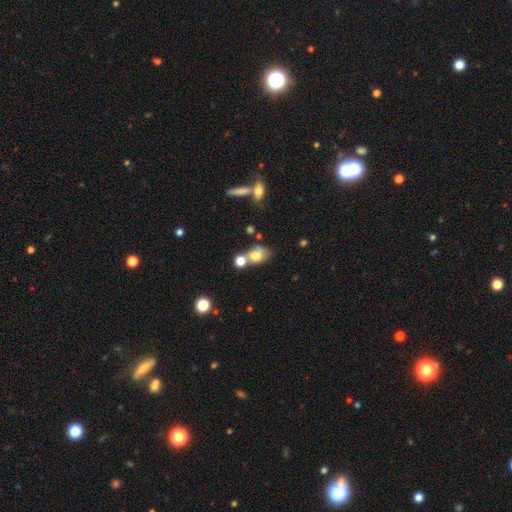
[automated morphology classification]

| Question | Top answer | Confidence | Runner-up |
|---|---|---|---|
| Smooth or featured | smooth | 72% | featured or disk (17%) |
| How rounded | in between | 61% | round (37%) |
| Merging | merger | 41% | none (37%) |